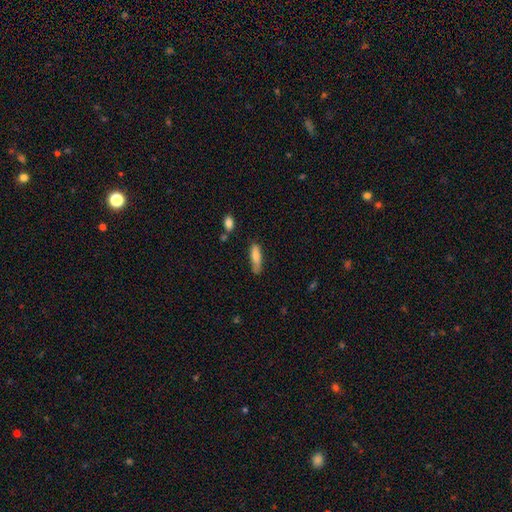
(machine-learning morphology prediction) Smooth or featured: smooth — 81% (featured or disk — 13%)
How rounded: cigar-shaped — 60% (in between — 38%)
Merging: none — 62% (minor disturbance — 28%)